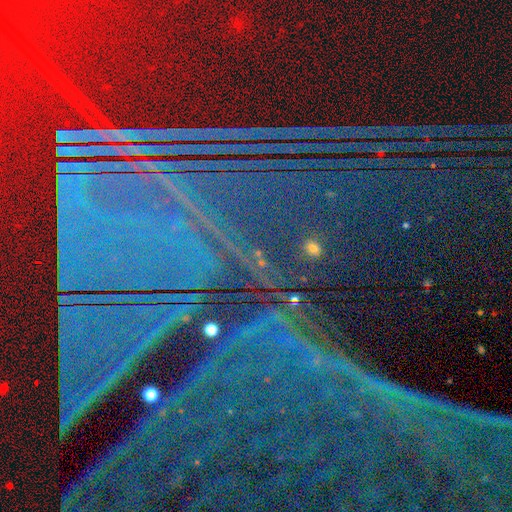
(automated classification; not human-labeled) A star or artifact, not a galaxy (88%).

Vote fractions:
- Smooth or featured? star or artifact: 88% / featured or disk: 7% / smooth: 6%